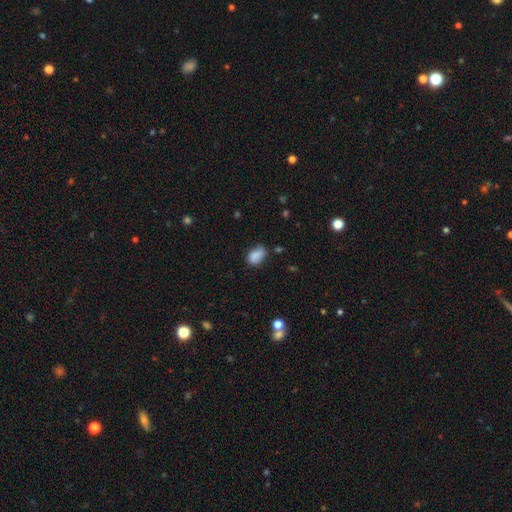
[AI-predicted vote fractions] Morphology: type=smooth (86%); roundness=in between (88%); merging=none (68%).